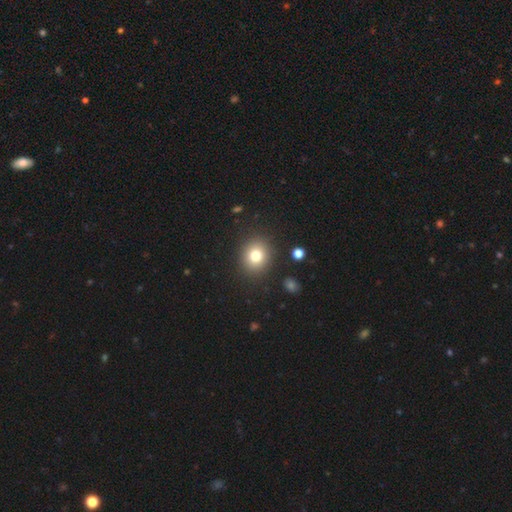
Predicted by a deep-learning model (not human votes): Smooth or featured: smooth — 78% (star or artifact — 12%)
How rounded: round — 79% (in between — 20%)
Merging: none — 88% (minor disturbance — 7%)